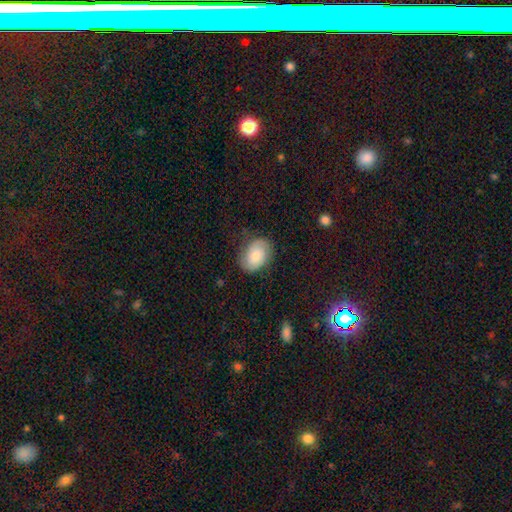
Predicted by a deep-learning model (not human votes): Smooth or featured? smooth (46%, tied with featured or disk)
Merging? none (74%)